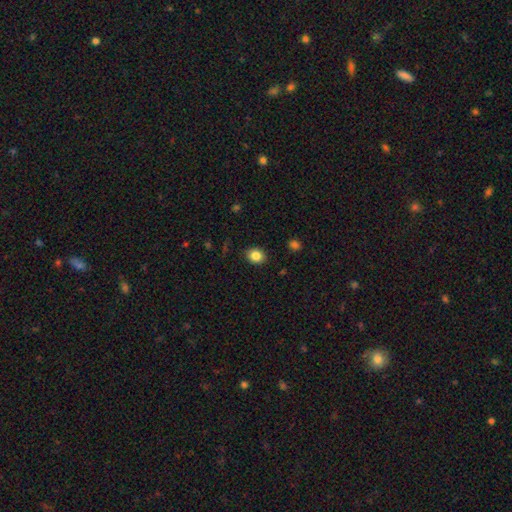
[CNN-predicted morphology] A smooth galaxy with no disk features (85%) that is round (65%).

Vote fractions:
- Smooth or featured? smooth: 85% / star or artifact: 10% / featured or disk: 5%
- How rounded? round: 65% / in between: 34% / cigar-shaped: 1%
- Merging? none: 89% / minor disturbance: 8% / major disturbance: 2% / merger: 1%